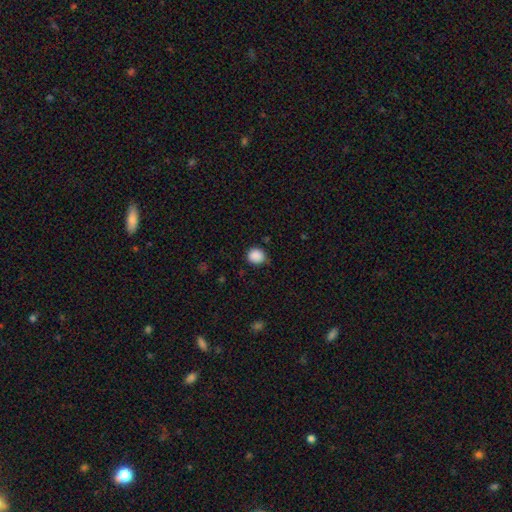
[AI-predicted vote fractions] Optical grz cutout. It shows a smooth galaxy with no disk features (88%) that is round (85%). Merging: none (79%).